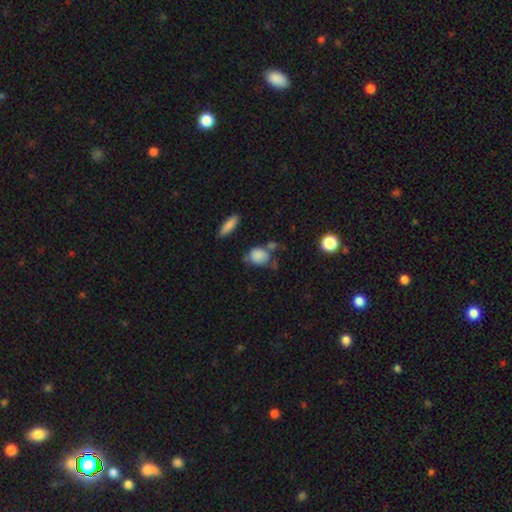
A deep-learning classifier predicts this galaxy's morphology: Overall: smooth (81%). How rounded: round (49%, tied with in between). Merging: none (45%; minor disturbance 25%).